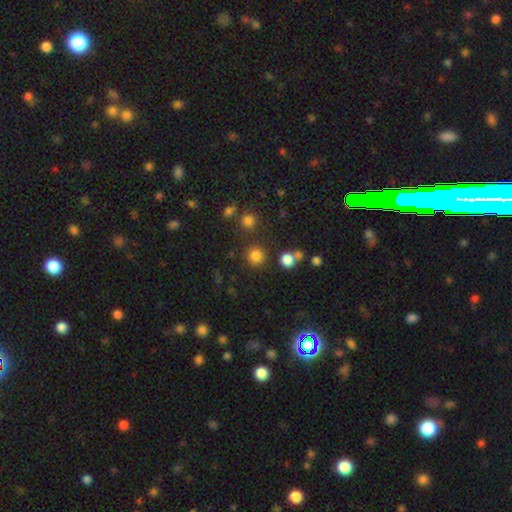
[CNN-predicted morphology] smooth 81%, star or artifact 14%, featured or disk 5%. Down the decision tree: how rounded — round (91%); merging — none (82%).